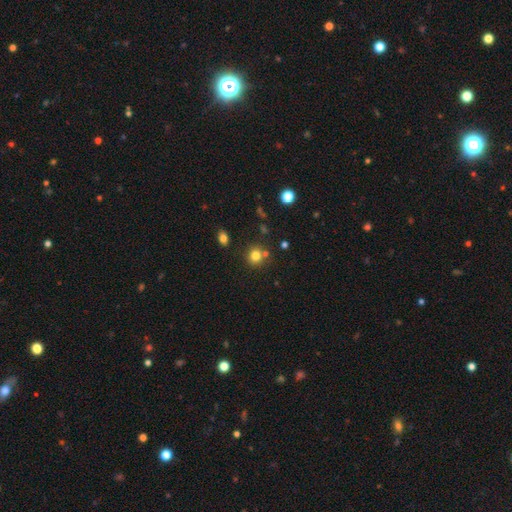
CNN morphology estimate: Smooth or featured: smooth — 79% (star or artifact — 14%)
How rounded: round — 88% (in between — 11%)
Merging: none — 76% (merger — 12%)